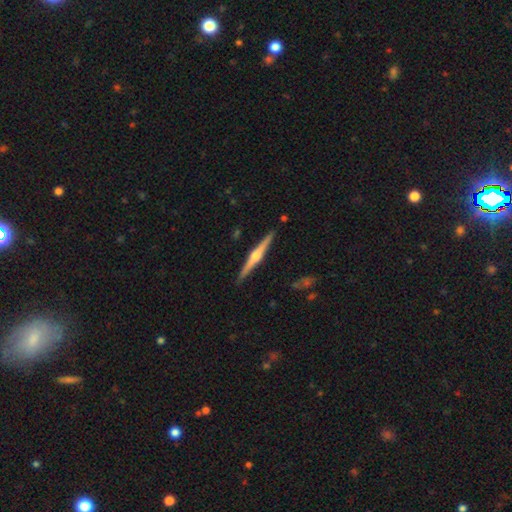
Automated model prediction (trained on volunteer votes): A featured or disk galaxy (79%) viewed edge-on (99%) with a rounded central bulge (94%). Merging: none (91%).